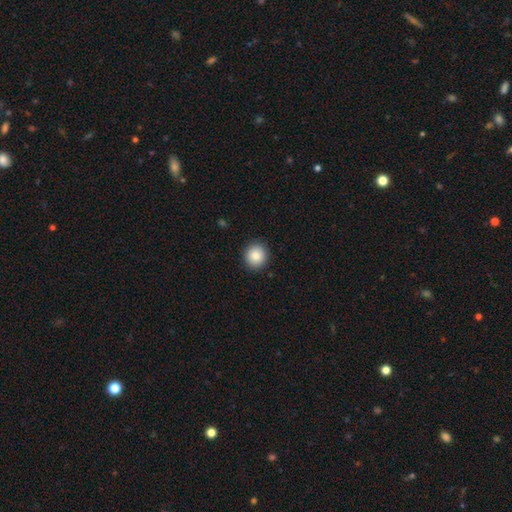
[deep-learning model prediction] Smooth or featured: smooth — 85% (star or artifact — 9%)
How rounded: round — 88% (in between — 11%)
Merging: none — 91% (minor disturbance — 6%)